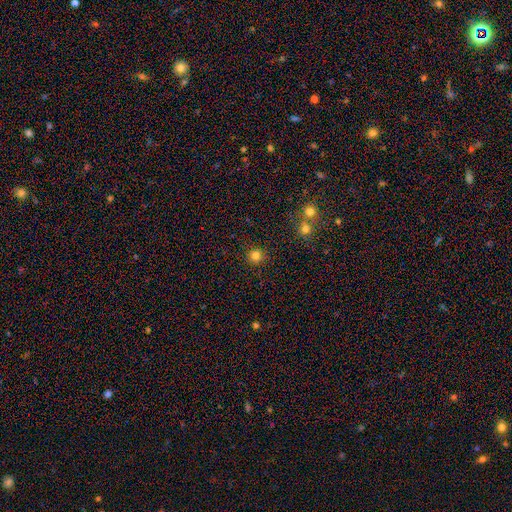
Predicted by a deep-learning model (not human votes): This appears to be a smooth galaxy with no disk features (81%) that is round (94%). Merging: none (90%).